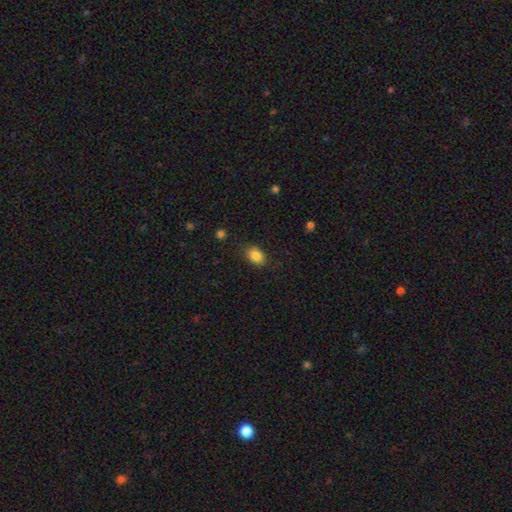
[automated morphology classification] Smooth or featured? Predicted: smooth (p=0.86). How rounded? Predicted: in between (p=0.78). Merging? Predicted: none (p=0.84).